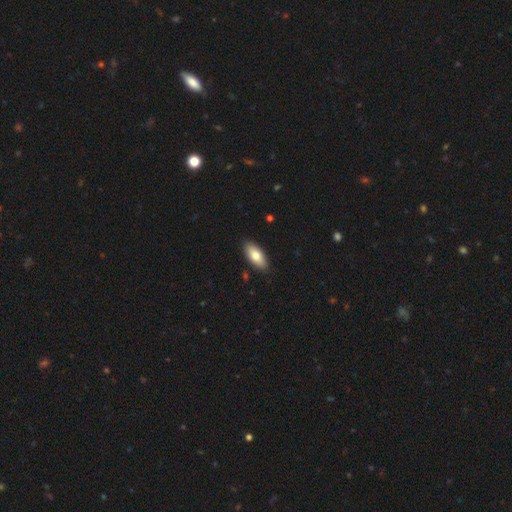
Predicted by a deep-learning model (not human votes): A smooth galaxy with no disk features (78%) that is in between round and cigar-shaped (87%). Merging: none (88%).